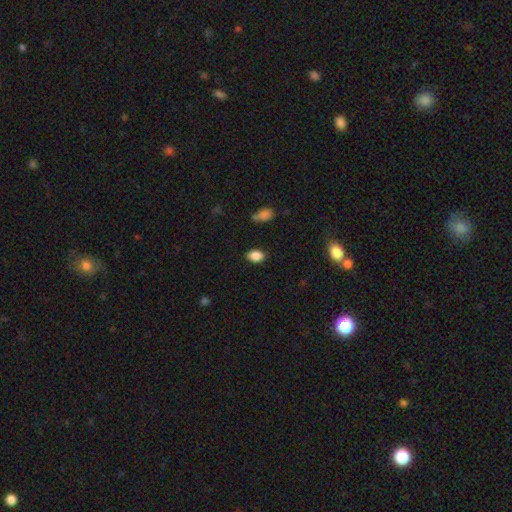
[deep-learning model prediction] Smooth or featured? Predicted: smooth (p=0.87). How rounded? Predicted: in between (p=0.85). Merging? Predicted: none (p=0.82).